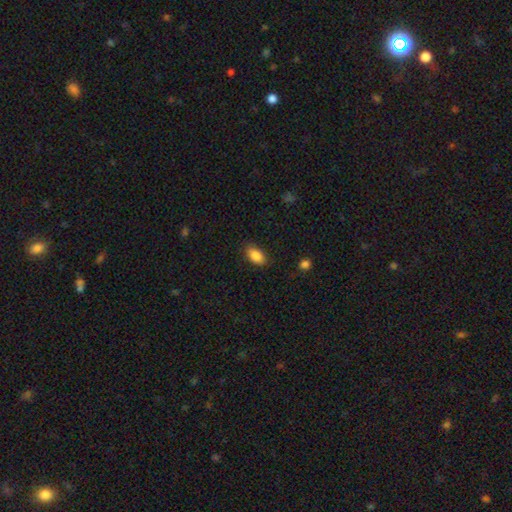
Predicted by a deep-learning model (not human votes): smooth 87%, star or artifact 8%, featured or disk 5%. Down the decision tree: how rounded — in between (91%); merging — none (83%).